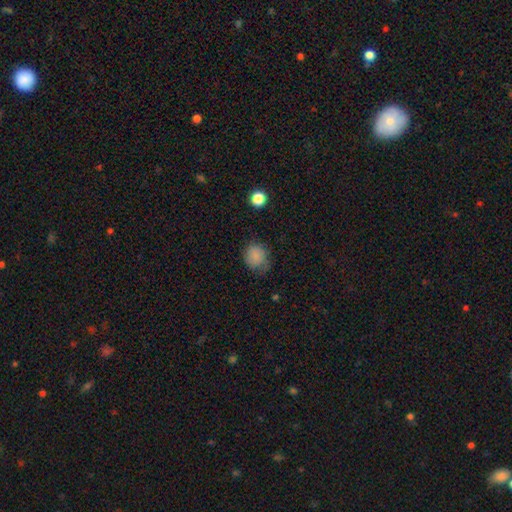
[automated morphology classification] Smooth or featured? smooth (84%)
How rounded? round (74%)
Merging? none (64%)